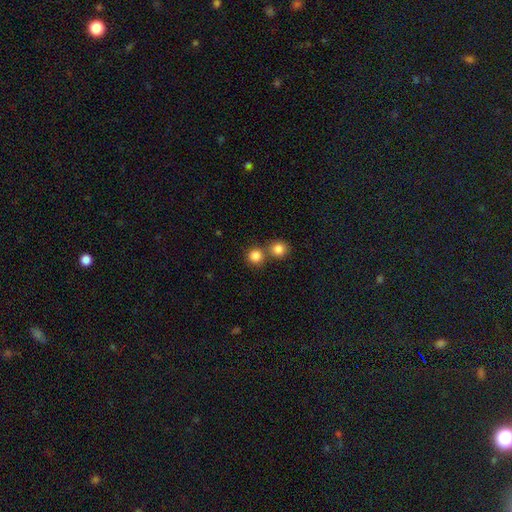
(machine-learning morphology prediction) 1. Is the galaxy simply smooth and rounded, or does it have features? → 84% smooth, 11% star or artifact, 5% featured or disk.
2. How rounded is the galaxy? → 91% round, 8% in between, 1% cigar-shaped.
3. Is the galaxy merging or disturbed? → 63% none, 29% merger, 6% minor disturbance, 2% major disturbance.